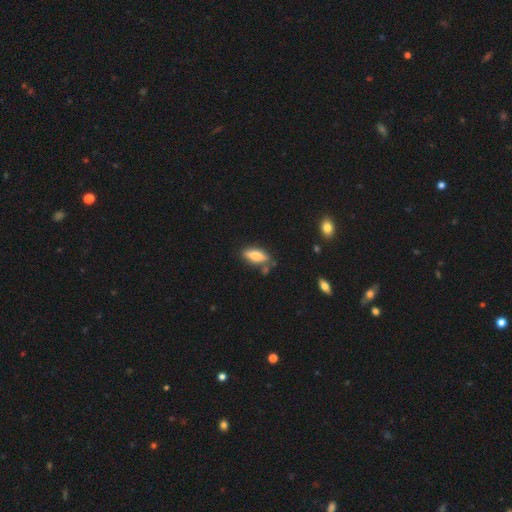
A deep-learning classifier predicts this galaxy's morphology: Smooth or featured?
  - smooth: 71% *
  - featured or disk: 22%
  - star or artifact: 7%
How rounded?
  - in between: 72% *
  - cigar-shaped: 25%
  - round: 3%
Merging?
  - none: 71% *
  - minor disturbance: 17%
  - merger: 8%
  - major disturbance: 4%